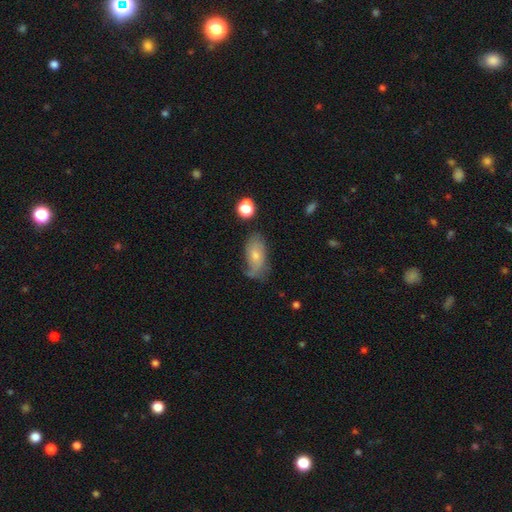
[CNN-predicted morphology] smooth_or_featured: smooth (p=0.52) [alt: featured or disk p=0.39]
how_rounded: in between (p=0.89) [alt: cigar-shaped p=0.06]
merging: none (p=0.53) [alt: minor disturbance p=0.30]